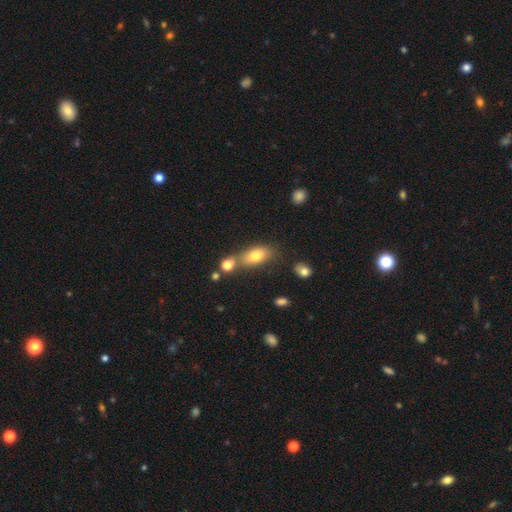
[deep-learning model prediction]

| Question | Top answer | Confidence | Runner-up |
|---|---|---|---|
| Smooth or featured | smooth | 76% | featured or disk (15%) |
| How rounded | in between | 83% | round (10%) |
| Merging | none | 52% | merger (28%) |